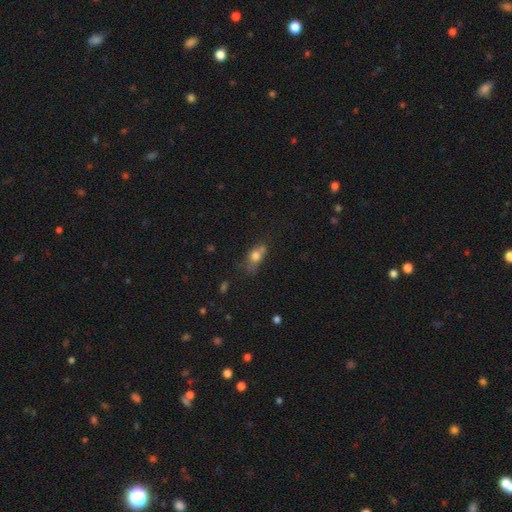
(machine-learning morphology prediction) smooth_or_featured: smooth (p=0.72) [alt: featured or disk p=0.16]
how_rounded: in between (p=0.66) [alt: round p=0.27]
merging: none (p=0.38) [alt: minor disturbance p=0.27]